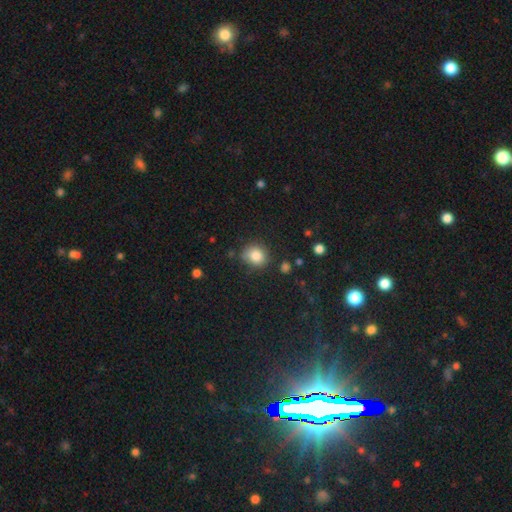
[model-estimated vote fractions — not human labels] Smooth or featured? Predicted: smooth (p=0.85). How rounded? Predicted: round (p=0.75). Merging? Predicted: none (p=0.77).